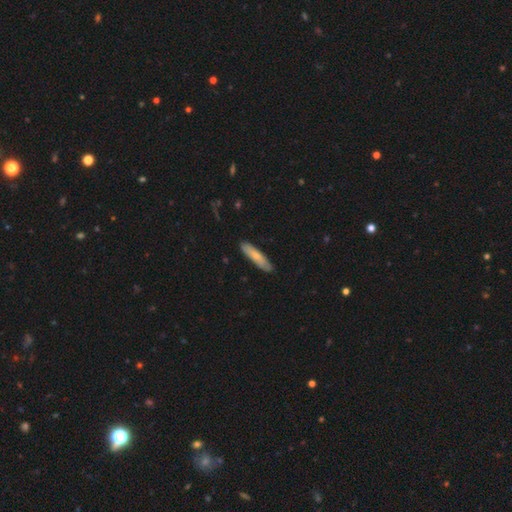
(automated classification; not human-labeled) A smooth galaxy with no disk features (73%) that is cigar-shaped (79%).

Vote fractions:
- Smooth or featured? smooth: 73% / featured or disk: 22% / star or artifact: 5%
- How rounded? cigar-shaped: 79% / in between: 20% / round: 1%
- Merging? none: 86% / minor disturbance: 11% / major disturbance: 2% / merger: 1%